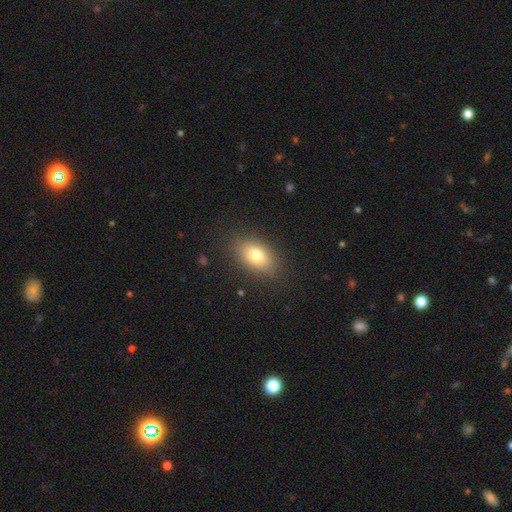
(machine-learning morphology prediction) smooth-or-featured: smooth: 77% | featured or disk: 13% | star or artifact: 10%
  how-rounded: in between: 85% | round: 12% | cigar-shaped: 2%
  merging: none: 84% | minor disturbance: 11% | major disturbance: 4% | merger: 1%